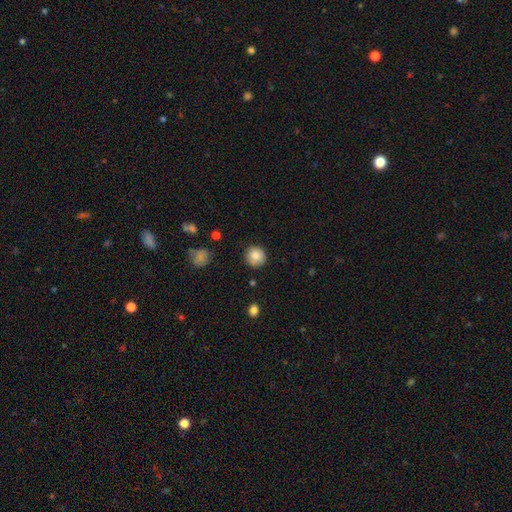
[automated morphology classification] This is clearly a smooth galaxy (85%). How rounded: clearly round (93%). Merging: clearly none (87%).